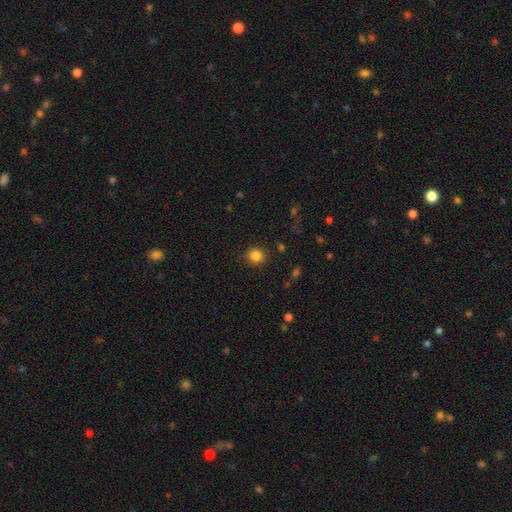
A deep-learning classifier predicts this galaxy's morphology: smooth_or_featured: smooth (p=0.85) [alt: star or artifact p=0.12]
how_rounded: round (p=0.87) [alt: in between p=0.12]
merging: none (p=0.88) [alt: minor disturbance p=0.08]